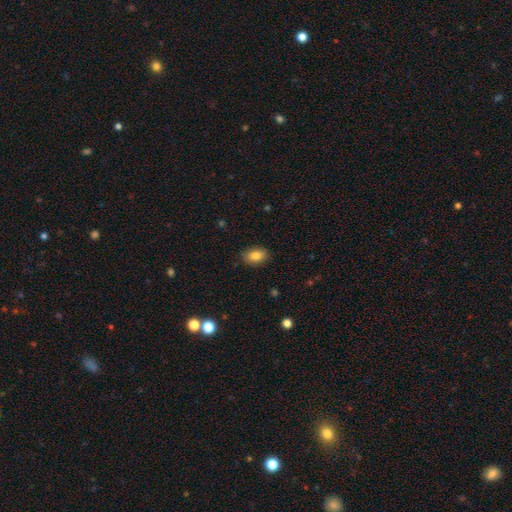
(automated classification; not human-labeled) smooth_or_featured: smooth (p=0.84) [alt: star or artifact p=0.08]
how_rounded: in between (p=0.82) [alt: round p=0.17]
merging: none (p=0.86) [alt: minor disturbance p=0.10]